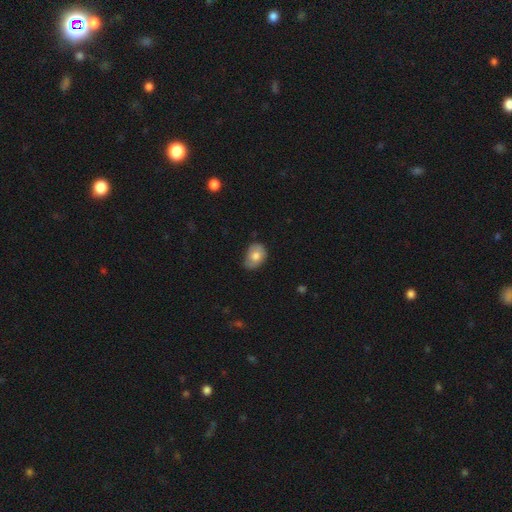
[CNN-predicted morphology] Smooth or featured?
  - smooth: 69% *
  - featured or disk: 24%
  - star or artifact: 7%
How rounded?
  - in between: 74% *
  - round: 25%
  - cigar-shaped: 1%
Merging?
  - none: 62% *
  - minor disturbance: 31%
  - major disturbance: 6%
  - merger: 1%